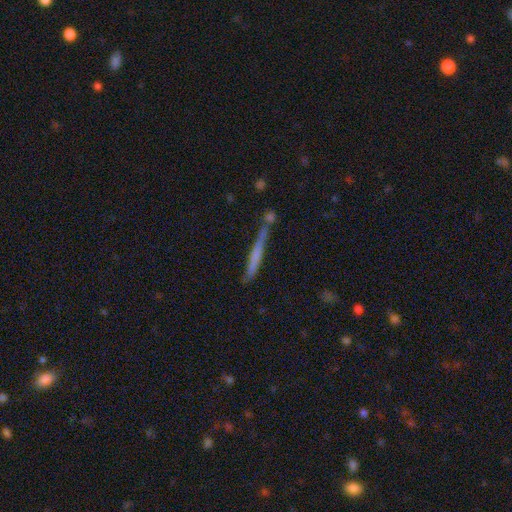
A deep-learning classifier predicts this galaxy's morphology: This is possibly a smooth galaxy (48%). Merging: likely none (69%).